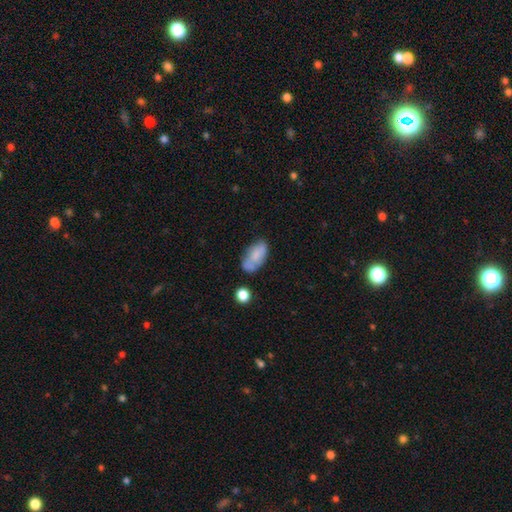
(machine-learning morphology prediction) A smooth galaxy with no disk features (71%) that is in between round and cigar-shaped (92%).

Vote fractions:
- Smooth or featured? smooth: 71% / featured or disk: 21% / star or artifact: 8%
- How rounded? in between: 92% / cigar-shaped: 4% / round: 4%
- Merging? none: 52% / minor disturbance: 28% / merger: 11% / major disturbance: 10%